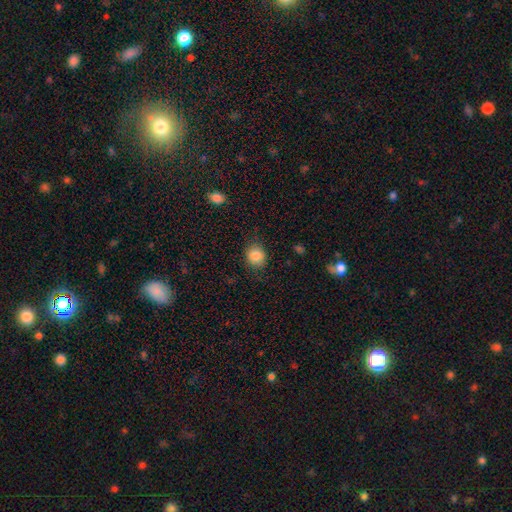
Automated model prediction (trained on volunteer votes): Smooth or featured?
  - smooth: 85% *
  - star or artifact: 10%
  - featured or disk: 6%
How rounded?
  - round: 76% *
  - in between: 23%
  - cigar-shaped: 1%
Merging?
  - none: 83% *
  - minor disturbance: 12%
  - major disturbance: 4%
  - merger: 1%